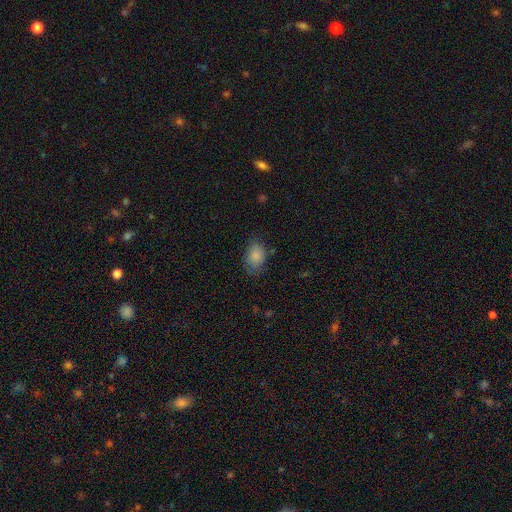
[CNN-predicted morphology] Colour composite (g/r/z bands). It shows a smooth galaxy with no disk features (84%) that is in between round and cigar-shaped (82%). Merging: none (67%).